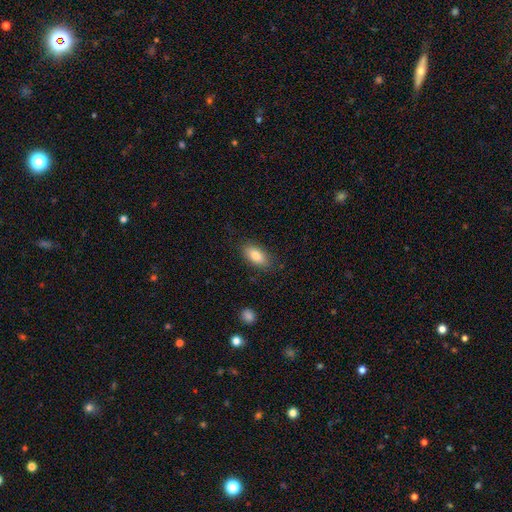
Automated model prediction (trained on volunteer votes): Q: Smooth or featured?
A: smooth (81%); runner-up: featured or disk (12%)
Q: How rounded?
A: in between (88%); runner-up: cigar-shaped (8%)
Q: Merging?
A: none (83%); runner-up: minor disturbance (12%)